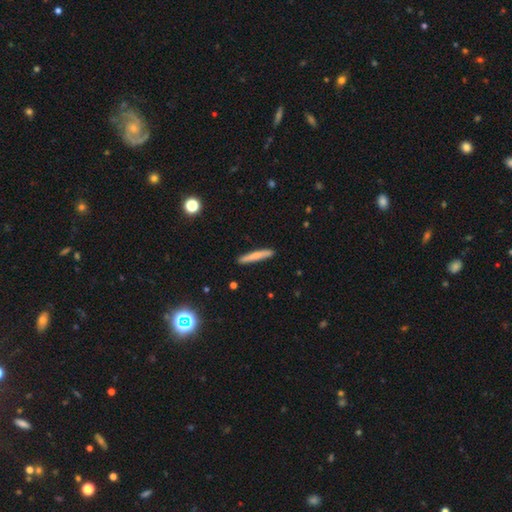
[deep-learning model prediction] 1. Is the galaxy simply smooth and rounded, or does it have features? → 72% smooth, 22% featured or disk, 6% star or artifact.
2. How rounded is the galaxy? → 95% cigar-shaped, 4% in between, 1% round.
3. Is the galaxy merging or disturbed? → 90% none, 8% minor disturbance, 1% major disturbance, 1% merger.